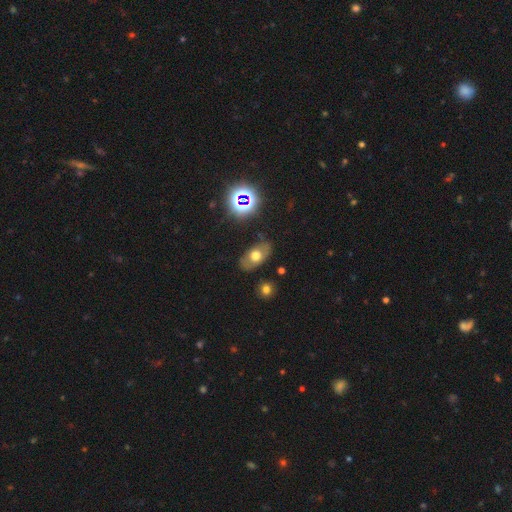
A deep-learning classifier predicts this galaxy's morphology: A smooth galaxy with no disk features (56%) that is in between round and cigar-shaped (87%).

Vote fractions:
- Smooth or featured? smooth: 56% / featured or disk: 31% / star or artifact: 14%
- How rounded? in between: 87% / round: 11% / cigar-shaped: 3%
- Merging? none: 77% / minor disturbance: 16% / major disturbance: 5% / merger: 2%